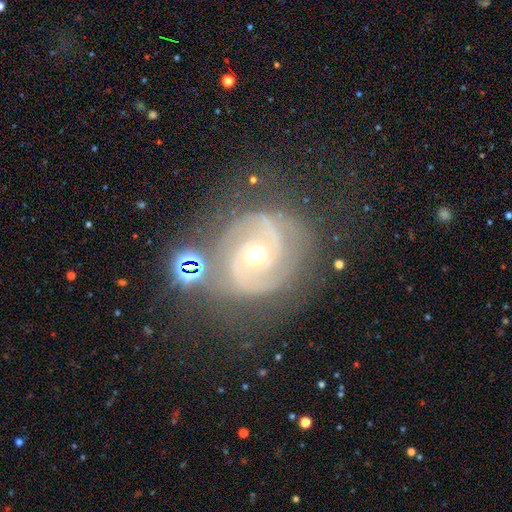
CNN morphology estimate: This appears to be a featured or disk galaxy (88%) with no bar (60%), 2 (82%) tight (54%) spiral arms (97%) and a moderate central bulge (60%). Merging: none (70%).